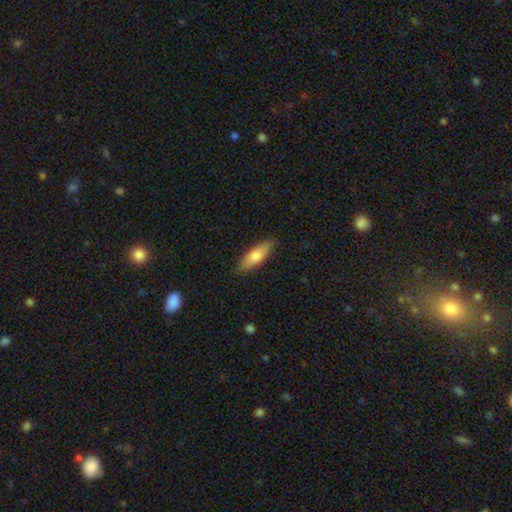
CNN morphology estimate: The model was most divided on "how rounded": in between: 54%, cigar-shaped: 44%, round: 2%. More confident: merging — none (84%); smooth or featured — smooth (72%).